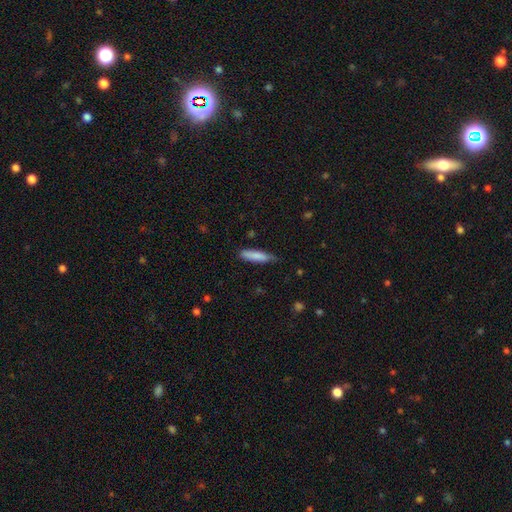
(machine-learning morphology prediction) Smooth or featured? smooth (83%)
How rounded? cigar-shaped (75%)
Merging? none (72%)